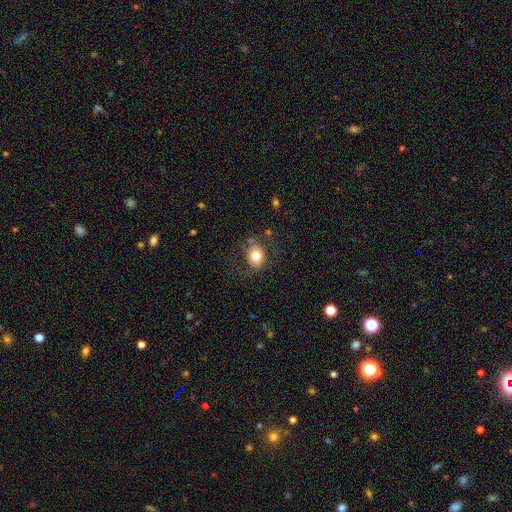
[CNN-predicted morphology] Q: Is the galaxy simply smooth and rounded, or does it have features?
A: smooth — 76%.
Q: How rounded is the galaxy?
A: round — 54%.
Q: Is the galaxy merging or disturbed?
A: none — 72%.